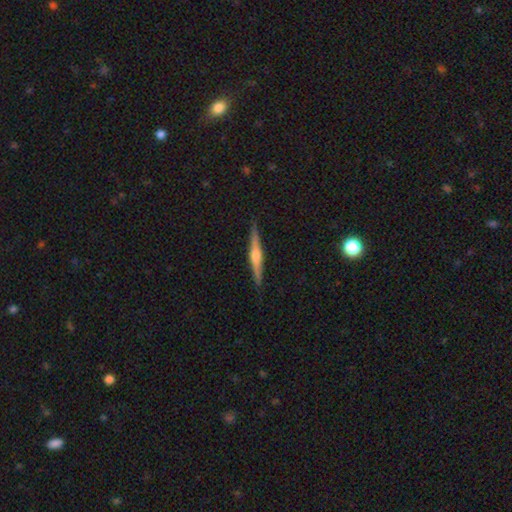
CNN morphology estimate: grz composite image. It shows a featured or disk galaxy (73%) viewed edge-on (98%) with a rounded central bulge (82%). Merging: none (91%).